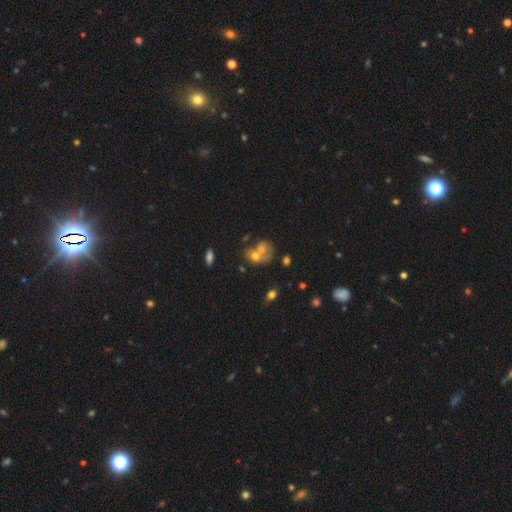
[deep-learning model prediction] Smooth or featured? Predicted: smooth (p=0.59). How rounded? Predicted: round (p=0.51). Merging? Predicted: merger (p=0.61).